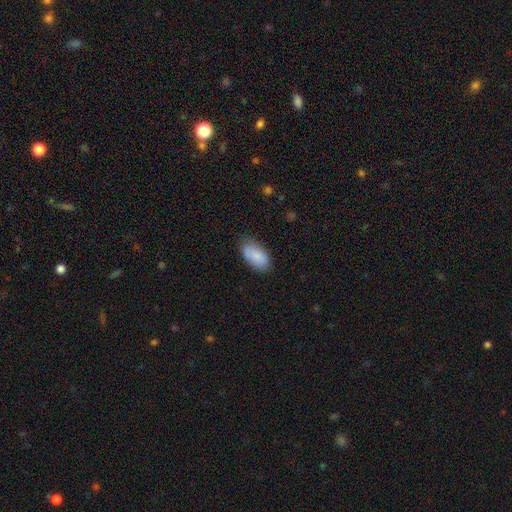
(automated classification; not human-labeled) Smooth or featured? Predicted: smooth (p=0.84). How rounded? Predicted: in between (p=0.94). Merging? Predicted: none (p=0.75).